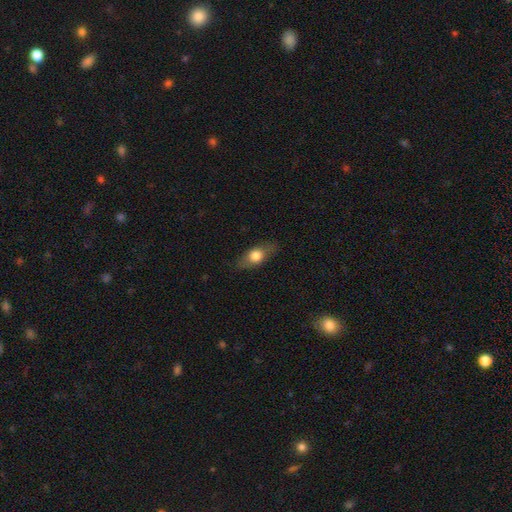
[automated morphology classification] A smooth galaxy with no disk features (63%) that is in between round and cigar-shaped (69%). Merging: none (82%).